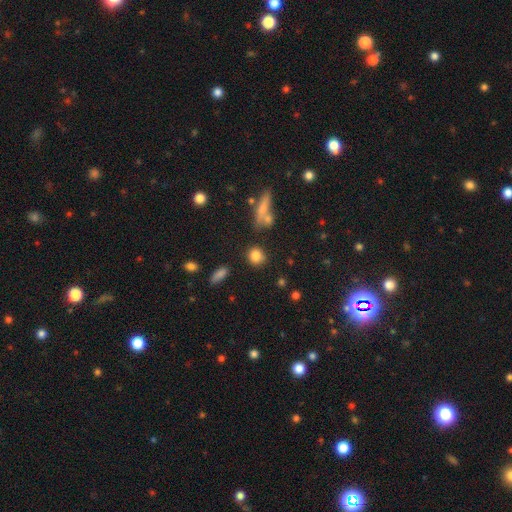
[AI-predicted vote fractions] Smooth or featured: smooth — 83% (star or artifact — 10%)
How rounded: round — 78% (in between — 19%)
Merging: none — 79% (minor disturbance — 10%)